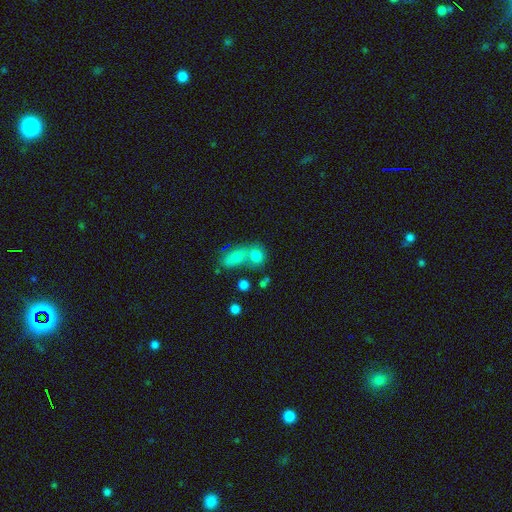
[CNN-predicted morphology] This is likely a smooth galaxy (78%). How rounded: possibly round (55%). Merging: possibly merger (49%).